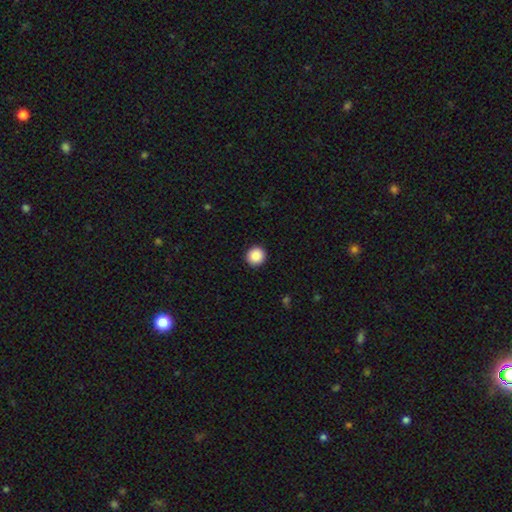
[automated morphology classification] This is clearly a smooth galaxy (89%). How rounded: clearly round (94%). Merging: clearly none (93%).